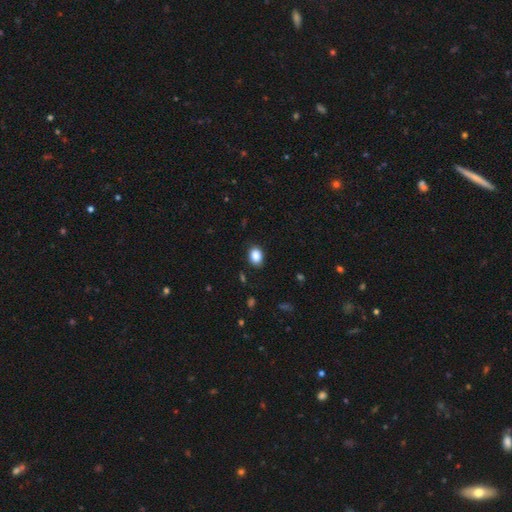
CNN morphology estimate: smooth-or-featured: smooth: 88% | star or artifact: 8% | featured or disk: 4%
  how-rounded: in between: 66% | round: 33% | cigar-shaped: 1%
  merging: none: 85% | minor disturbance: 12% | major disturbance: 3% | merger: 1%